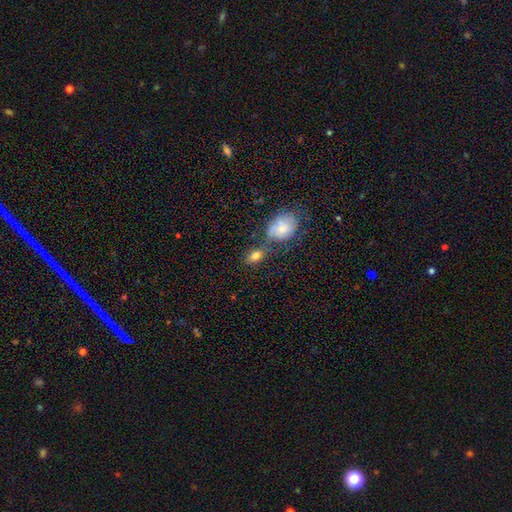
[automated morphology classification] A smooth galaxy with no disk features (78%) that is in between round and cigar-shaped (80%).

Vote fractions:
- Smooth or featured? smooth: 78% / featured or disk: 11% / star or artifact: 10%
- How rounded? in between: 80% / round: 18% / cigar-shaped: 3%
- Merging? none: 61% / merger: 18% / minor disturbance: 16% / major disturbance: 6%